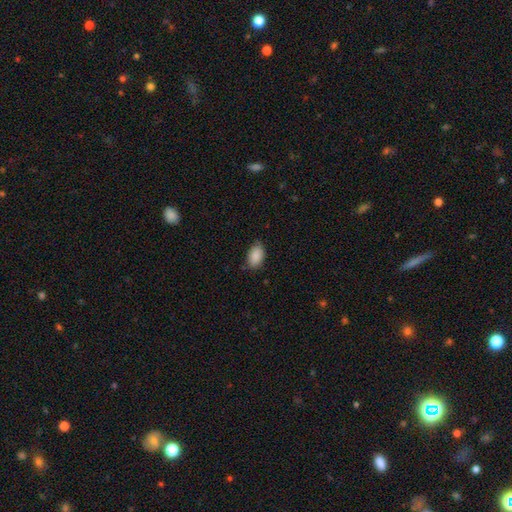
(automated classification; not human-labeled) This is clearly a smooth galaxy (89%). How rounded: clearly in between (92%). Merging: likely none (78%).